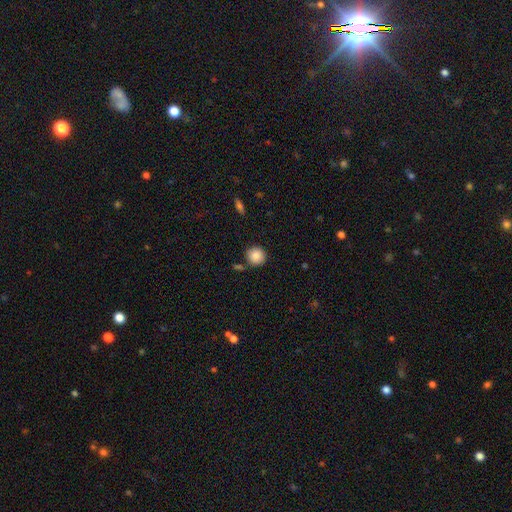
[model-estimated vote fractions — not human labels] smooth 87%, star or artifact 8%, featured or disk 5%. Down the decision tree: how rounded — round (92%); merging — none (83%).